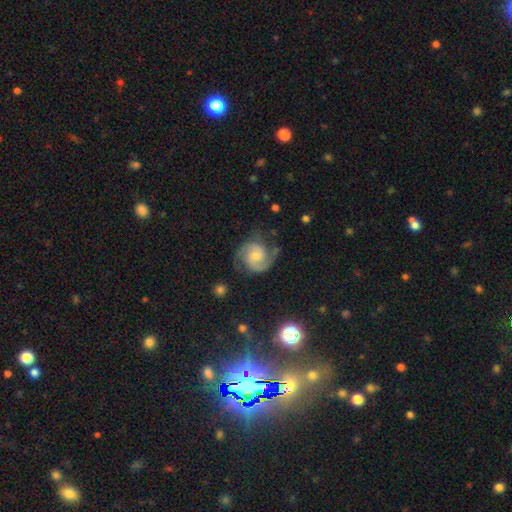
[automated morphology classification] This is clearly a featured or disk galaxy (87%). It is clearly not viewed edge-on (98%). Bar: possibly no (57%). Spiral arm pattern: clearly yes (98%). Spiral arm count: clearly 2 (89%). Spiral winding: possibly medium (53%). Central bulge: marginally small (43%, tied with moderate). Merging: likely none (74%).